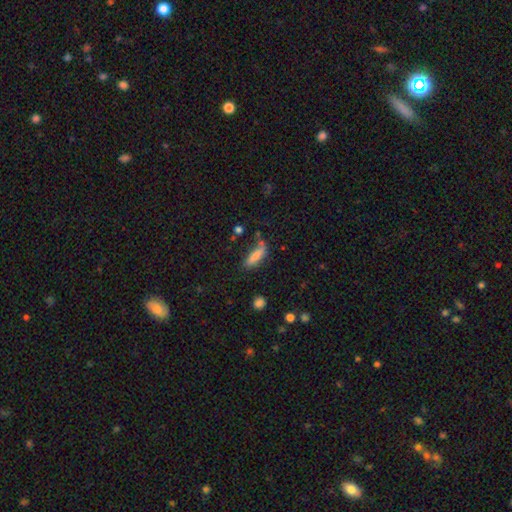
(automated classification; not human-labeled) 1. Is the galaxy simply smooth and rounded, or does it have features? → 78% smooth, 13% featured or disk, 9% star or artifact.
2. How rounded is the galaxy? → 49% in between (tied), 49% cigar-shaped (tied), 2% round.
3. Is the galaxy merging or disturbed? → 54% none, 26% minor disturbance, 11% major disturbance, 9% merger.